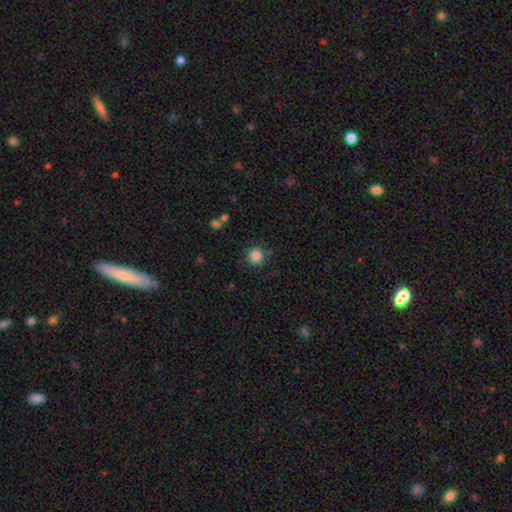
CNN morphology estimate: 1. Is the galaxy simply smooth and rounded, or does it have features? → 85% smooth, 11% star or artifact, 4% featured or disk.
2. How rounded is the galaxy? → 93% round, 6% in between, 1% cigar-shaped.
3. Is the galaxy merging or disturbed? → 84% none, 9% minor disturbance, 4% merger, 3% major disturbance.